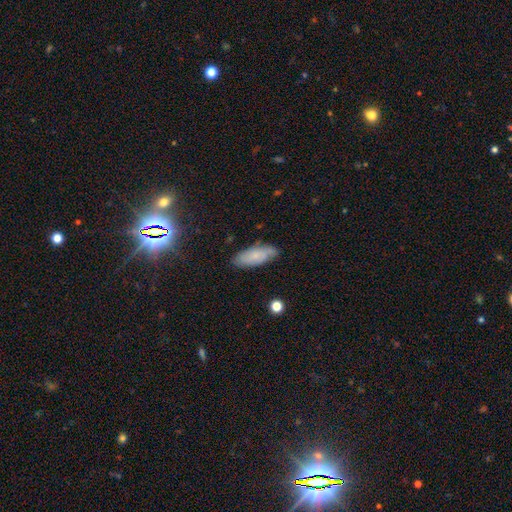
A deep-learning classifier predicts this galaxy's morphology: Overall: smooth (67%). How rounded: in between (75%). Merging: none (76%).